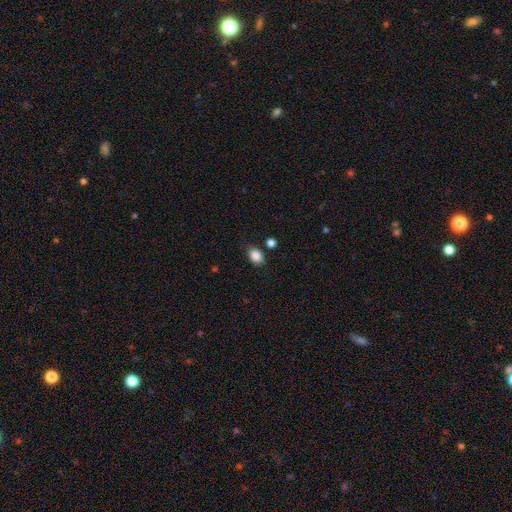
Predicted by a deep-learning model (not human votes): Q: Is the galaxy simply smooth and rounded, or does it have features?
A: smooth — 86%.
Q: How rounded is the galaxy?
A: in between — 70%.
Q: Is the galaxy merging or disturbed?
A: none — 81%.